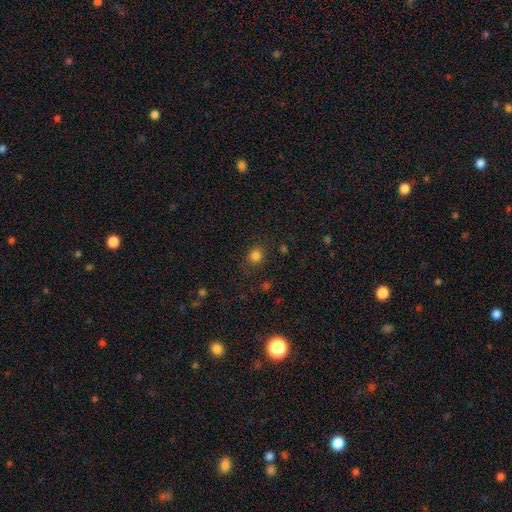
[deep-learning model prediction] smooth_or_featured: smooth (p=0.82) [alt: star or artifact p=0.14]
how_rounded: round (p=0.81) [alt: in between p=0.18]
merging: none (p=0.84) [alt: minor disturbance p=0.10]